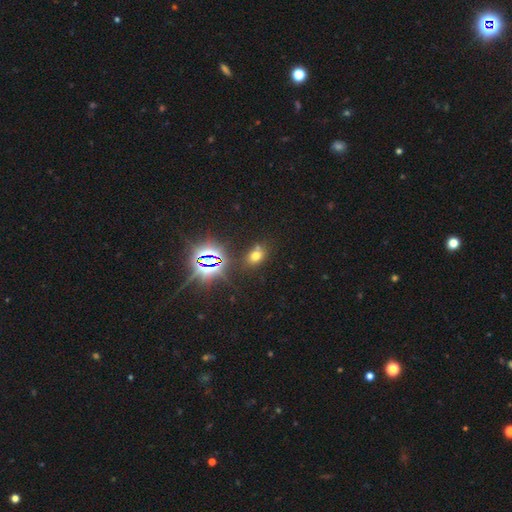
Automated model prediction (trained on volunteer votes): A smooth galaxy with no disk features (58%) that is in between round and cigar-shaped (64%). Merging: none (69%).